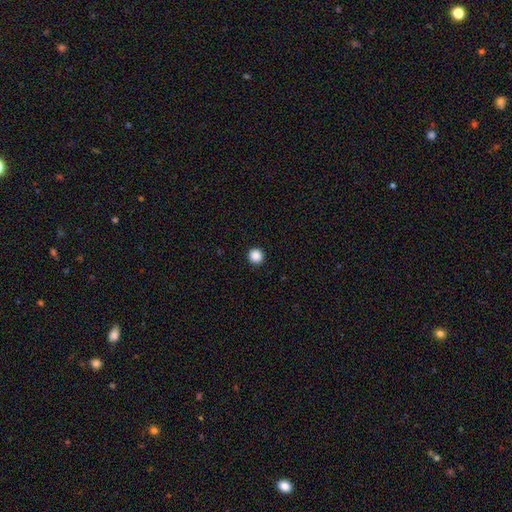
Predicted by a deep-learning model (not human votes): The model was most divided on "smooth or featured": smooth: 88%, star or artifact: 10%, featured or disk: 2%. More confident: how rounded — round (96%); merging — none (94%).